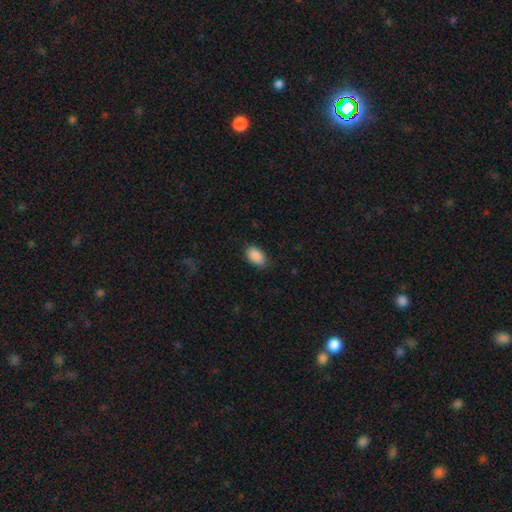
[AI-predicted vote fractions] smooth 90%, star or artifact 7%, featured or disk 3%. Down the decision tree: how rounded — in between (93%); merging — none (85%).